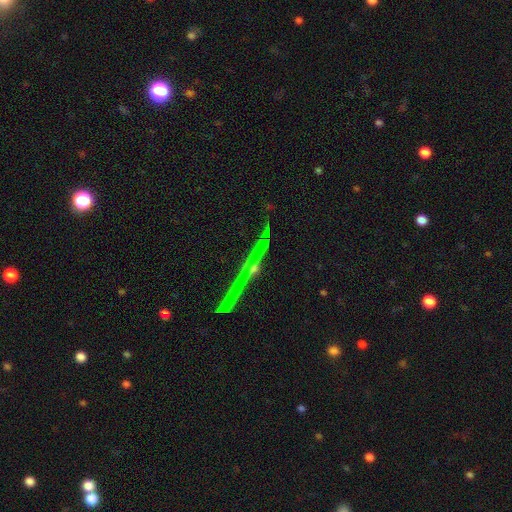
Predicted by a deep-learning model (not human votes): This is clearly a featured or disk galaxy (84%). It is clearly viewed edge-on (97%). Edge-on bulge: likely rounded (79%). Merging: clearly none (80%).